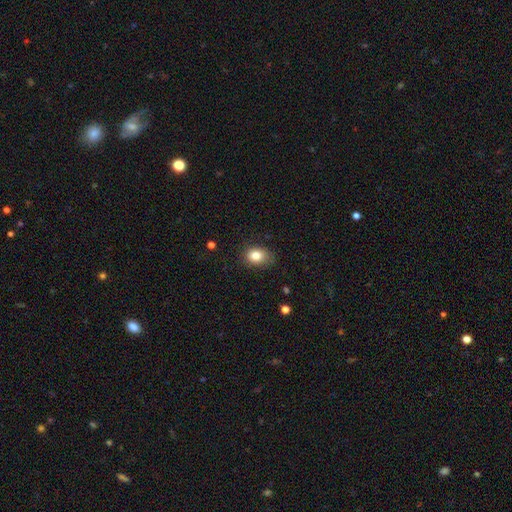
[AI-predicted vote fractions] Smooth or featured? Predicted: smooth (p=0.83). How rounded? Predicted: in between (p=0.61). Merging? Predicted: none (p=0.77).